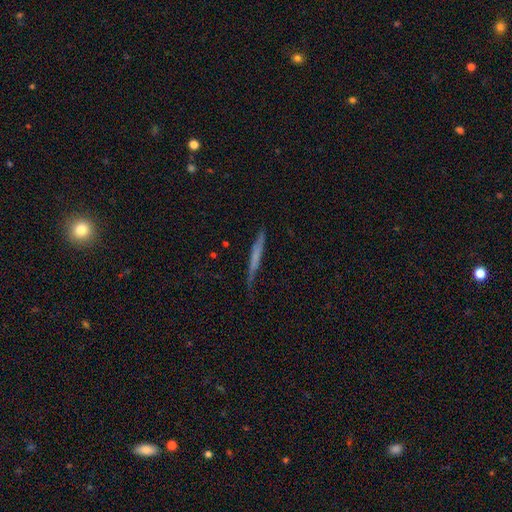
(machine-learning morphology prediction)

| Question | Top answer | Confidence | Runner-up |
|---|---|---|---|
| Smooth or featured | smooth | 51% | featured or disk (43%) |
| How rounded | cigar-shaped | 96% | in between (3%) |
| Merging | none | 74% | minor disturbance (19%) |